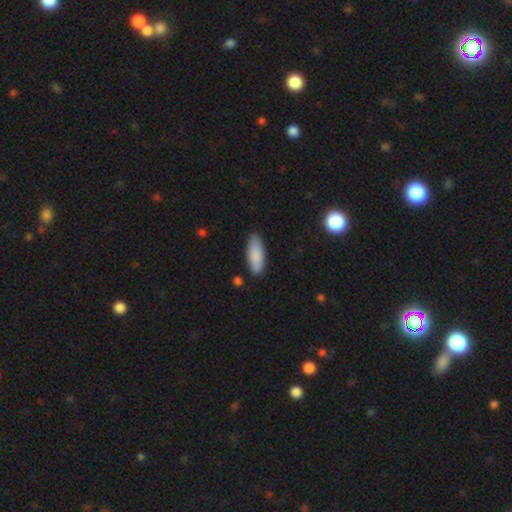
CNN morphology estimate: type=smooth (86%); roundness=in between (70%); merging=none (85%).